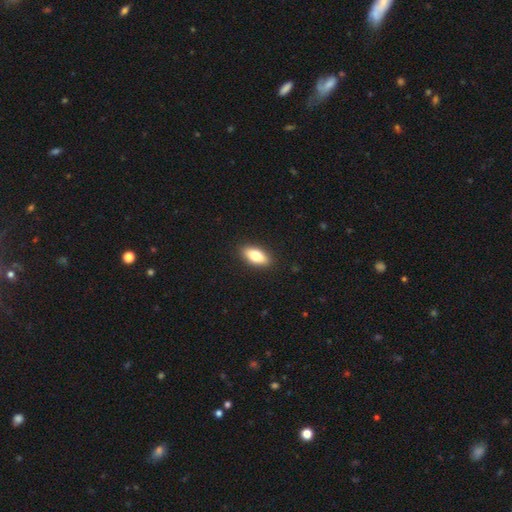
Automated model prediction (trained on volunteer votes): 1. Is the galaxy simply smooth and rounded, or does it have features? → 77% smooth, 17% featured or disk, 7% star or artifact.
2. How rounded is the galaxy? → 83% in between, 13% cigar-shaped, 3% round.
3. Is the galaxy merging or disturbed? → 90% none, 7% minor disturbance, 2% major disturbance, 1% merger.